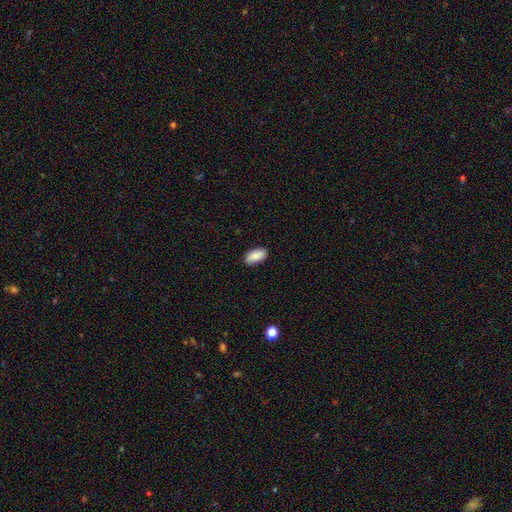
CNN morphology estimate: smooth 85%, featured or disk 8%, star or artifact 7%. Down the decision tree: how rounded — in between (94%); merging — none (81%).